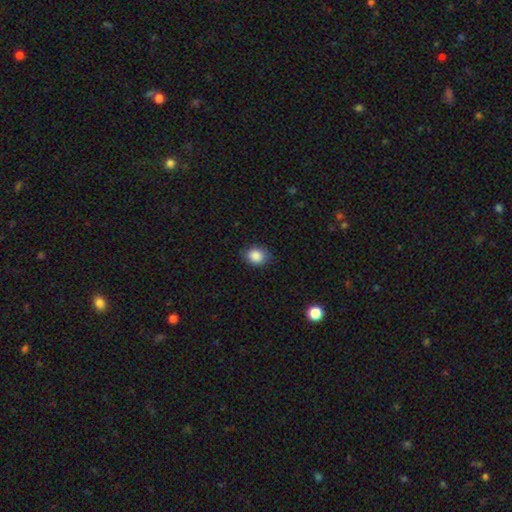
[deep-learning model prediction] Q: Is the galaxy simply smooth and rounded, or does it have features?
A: smooth — 87%.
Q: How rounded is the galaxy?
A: round — 56%.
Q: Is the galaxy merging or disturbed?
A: none — 83%.